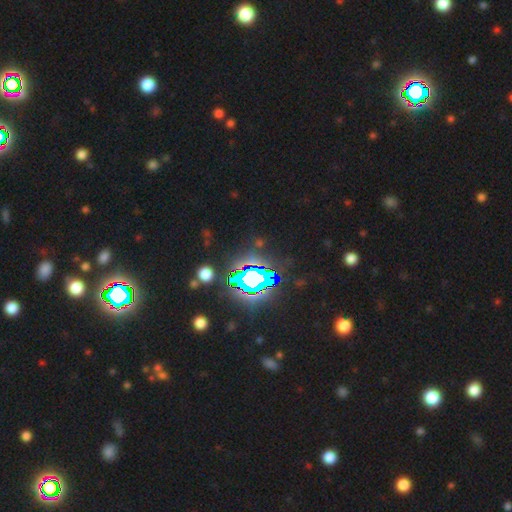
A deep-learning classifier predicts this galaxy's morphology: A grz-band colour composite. It shows a star or artifact, not a galaxy (83%).